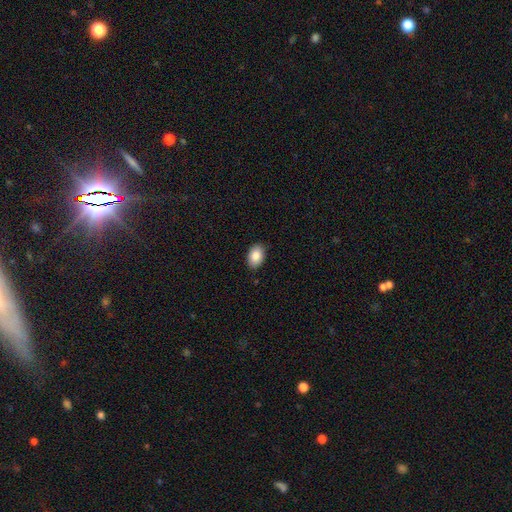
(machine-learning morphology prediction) smooth 87%, star or artifact 7%, featured or disk 6%. Down the decision tree: how rounded — in between (89%); merging — none (88%).